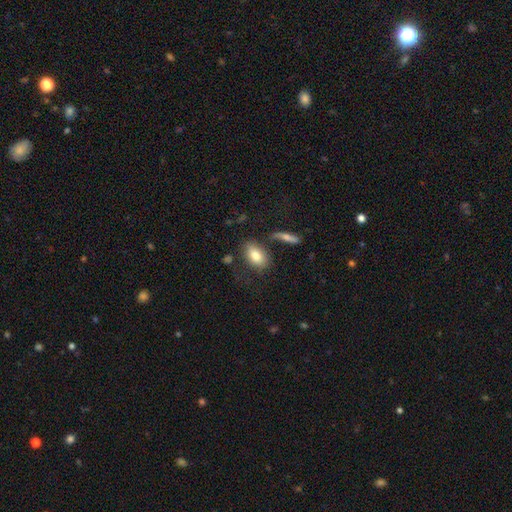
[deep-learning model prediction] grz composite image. It shows a smooth galaxy with no disk features (79%) that is in between round and cigar-shaped (87%). Merging: none (70%).